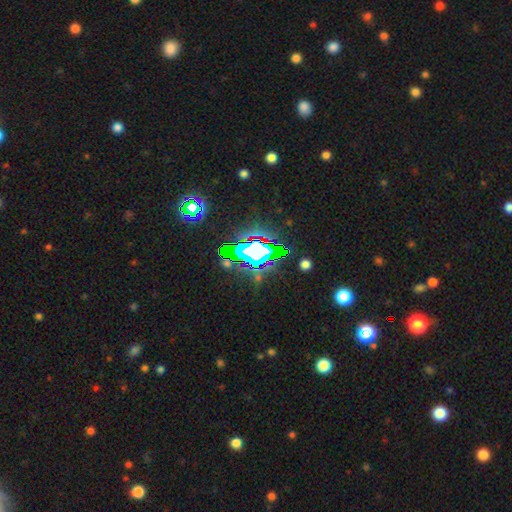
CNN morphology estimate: Smooth or featured? star or artifact (70%)